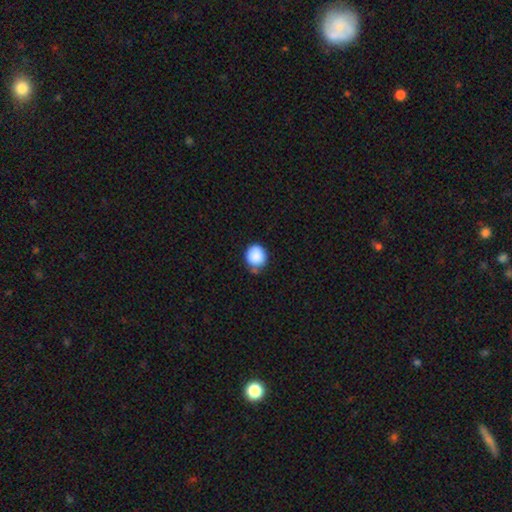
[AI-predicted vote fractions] Smooth or featured?
  - smooth: 88% *
  - star or artifact: 8%
  - featured or disk: 4%
How rounded?
  - round: 81% *
  - in between: 18%
  - cigar-shaped: 1%
Merging?
  - none: 62% *
  - minor disturbance: 29%
  - major disturbance: 5%
  - merger: 4%